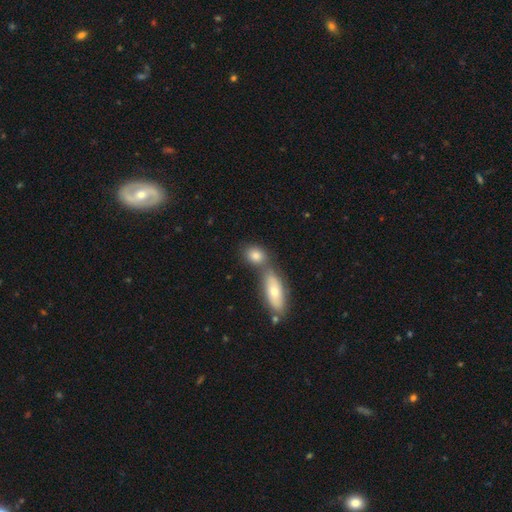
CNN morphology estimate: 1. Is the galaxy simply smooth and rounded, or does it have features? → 80% smooth, 12% featured or disk, 8% star or artifact.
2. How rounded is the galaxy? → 63% in between, 31% round, 6% cigar-shaped.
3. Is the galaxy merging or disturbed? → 49% none, 38% merger, 9% minor disturbance, 3% major disturbance.